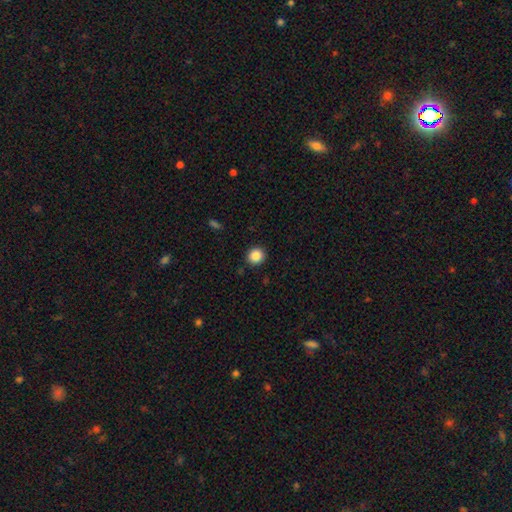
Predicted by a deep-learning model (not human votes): Smooth or featured? smooth (87%)
How rounded? round (89%)
Merging? none (91%)